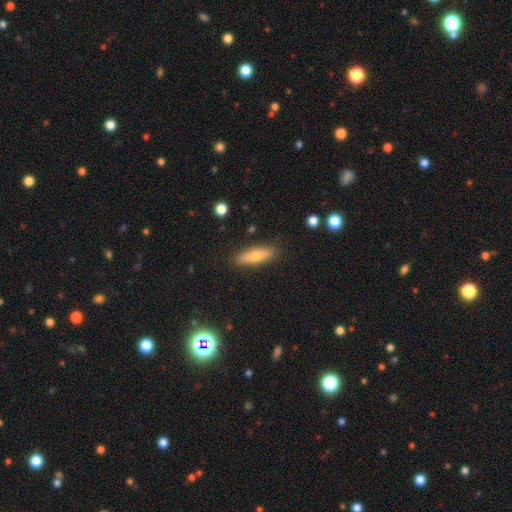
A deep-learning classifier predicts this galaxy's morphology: type=smooth (67%); roundness=cigar-shaped (58%); merging=none (87%).